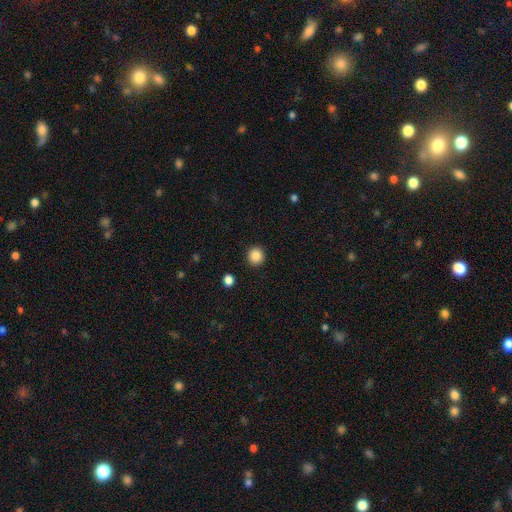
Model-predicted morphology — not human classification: This appears to be a smooth galaxy with no disk features (86%) that is round (92%). Merging: none (92%).